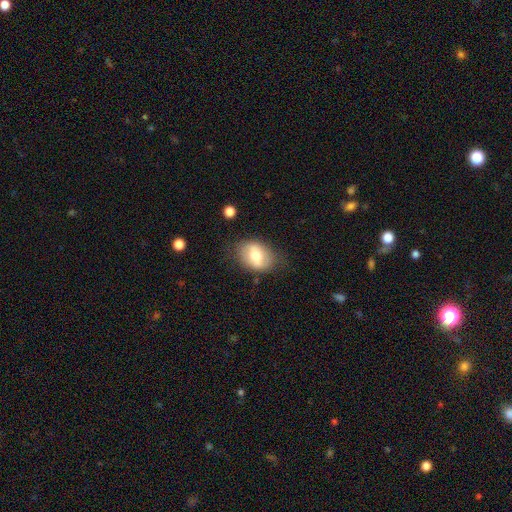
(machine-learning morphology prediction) Smooth or featured? smooth (62%)
How rounded? in between (73%)
Merging? none (72%)